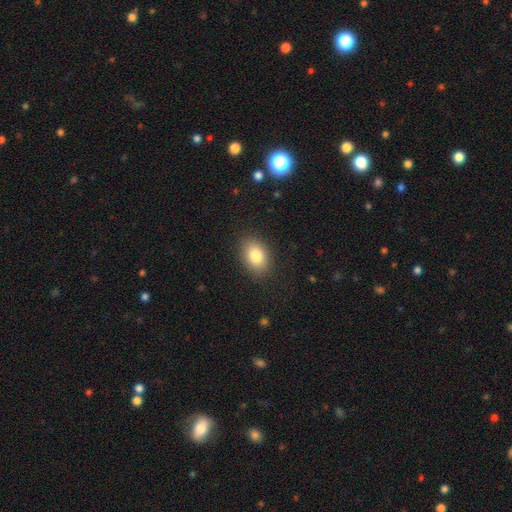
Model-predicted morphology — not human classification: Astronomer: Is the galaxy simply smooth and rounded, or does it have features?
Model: smooth — 82%.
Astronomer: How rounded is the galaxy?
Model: in between — 78%.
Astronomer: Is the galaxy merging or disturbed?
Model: none — 87%.